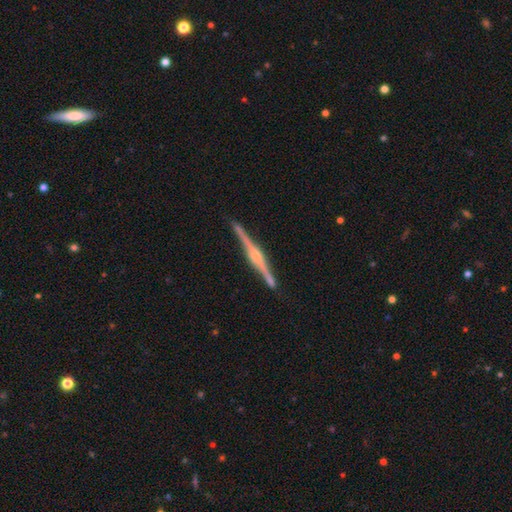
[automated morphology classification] A featured or disk galaxy (87%) viewed edge-on (99%) with a rounded central bulge (76%). Merging: none (89%).